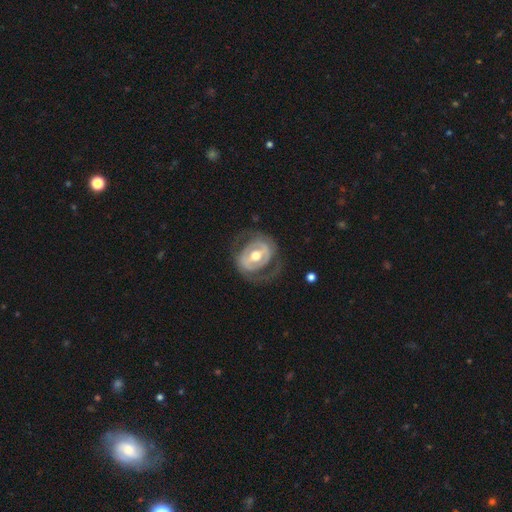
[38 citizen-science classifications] featured or disk 79%, smooth 13%, star or artifact 8%. Down the decision tree: edge-on disk — no (100%); bar — strong (43%); spiral arms — yes (83%); spiral arm count — 2 (92%); spiral winding — medium (48%); bulge size — moderate (80%); merging — none (77%).